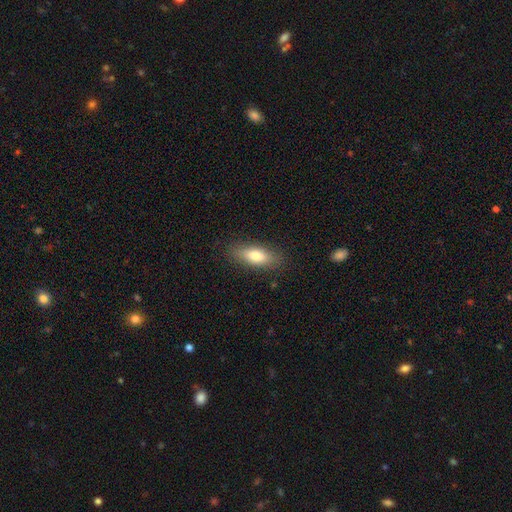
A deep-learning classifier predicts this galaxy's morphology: The model was most divided on "how rounded": in between: 67%, cigar-shaped: 30%, round: 3%. More confident: merging — none (86%); smooth or featured — smooth (75%).